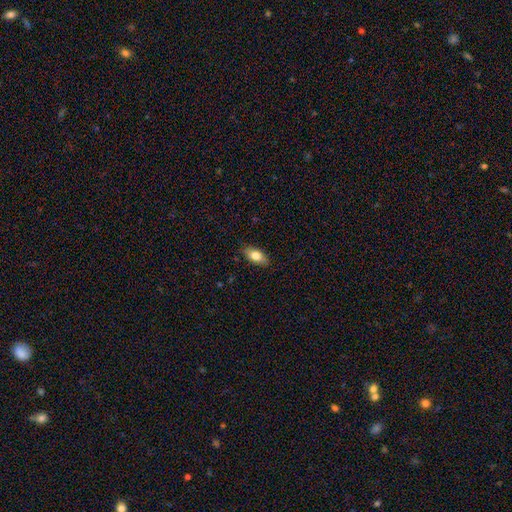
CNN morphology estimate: type=smooth (79%); roundness=in between (88%); merging=none (86%).